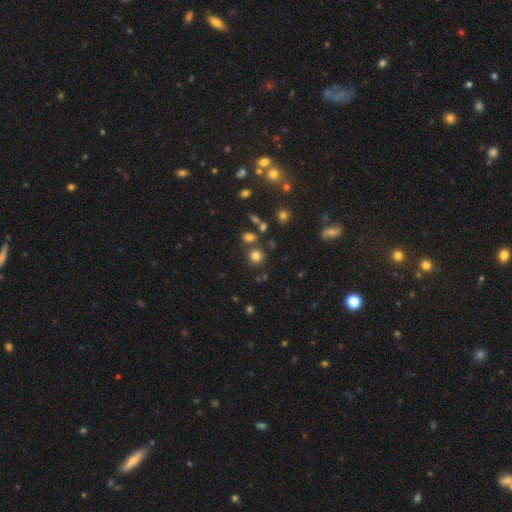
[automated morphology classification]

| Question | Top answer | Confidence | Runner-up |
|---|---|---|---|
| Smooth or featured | smooth | 77% | star or artifact (16%) |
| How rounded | round | 87% | in between (12%) |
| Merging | none | 76% | merger (12%) |